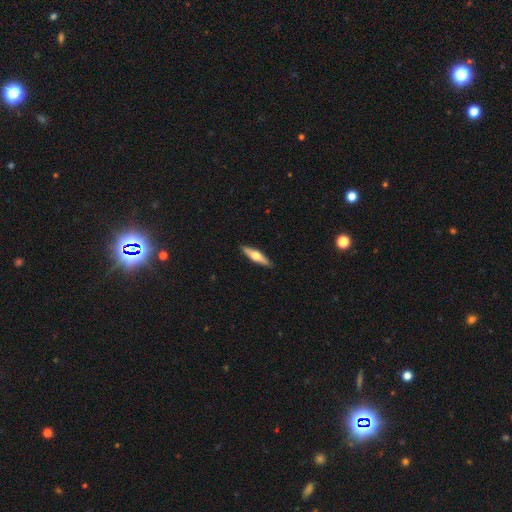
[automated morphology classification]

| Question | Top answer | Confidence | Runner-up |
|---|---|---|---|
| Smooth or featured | featured or disk | 50% | smooth (45%) |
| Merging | none | 90% | minor disturbance (7%) |